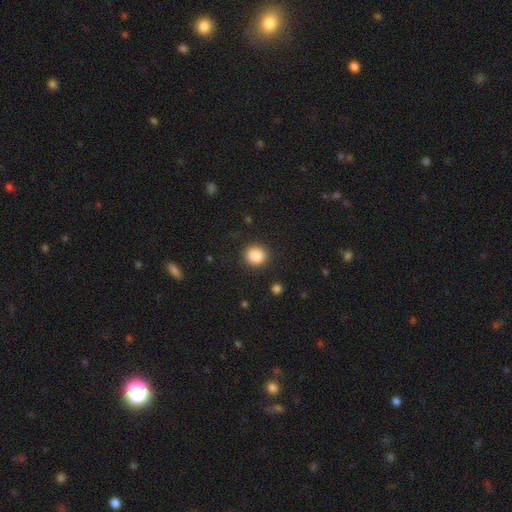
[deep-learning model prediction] This is clearly a smooth galaxy (86%). How rounded: clearly round (87%). Merging: clearly none (90%).